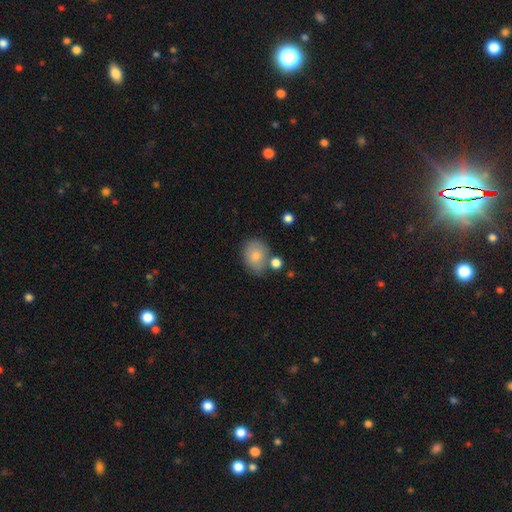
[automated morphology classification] smooth_or_featured: smooth (p=0.79) [alt: featured or disk p=0.13]
how_rounded: in between (p=0.53) [alt: round p=0.46]
merging: none (p=0.63) [alt: minor disturbance p=0.18]